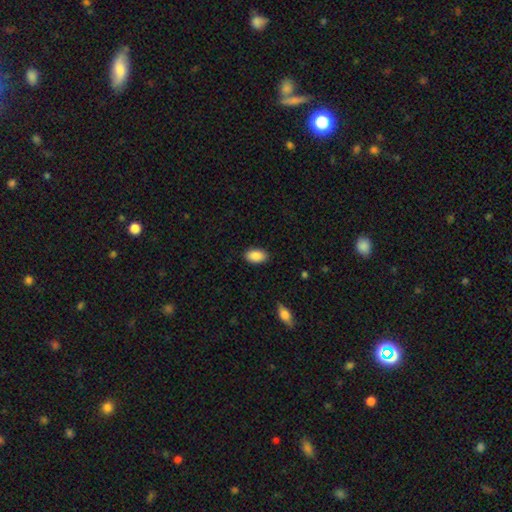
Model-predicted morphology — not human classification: Overall: smooth (89%). How rounded: in between (93%). Merging: none (88%).